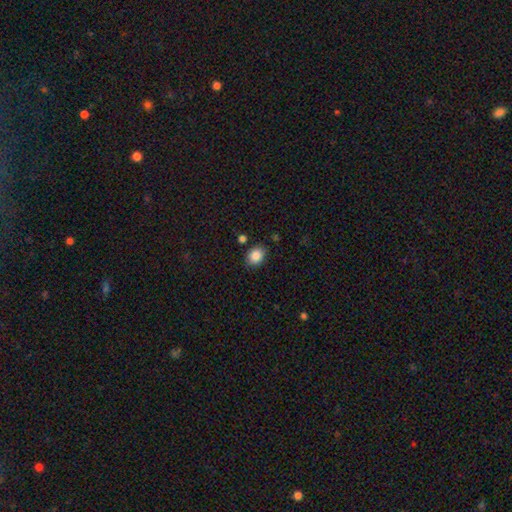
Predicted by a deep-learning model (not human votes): Smooth or featured: smooth — 86% (star or artifact — 9%)
How rounded: in between — 58% (round — 41%)
Merging: none — 81% (minor disturbance — 12%)